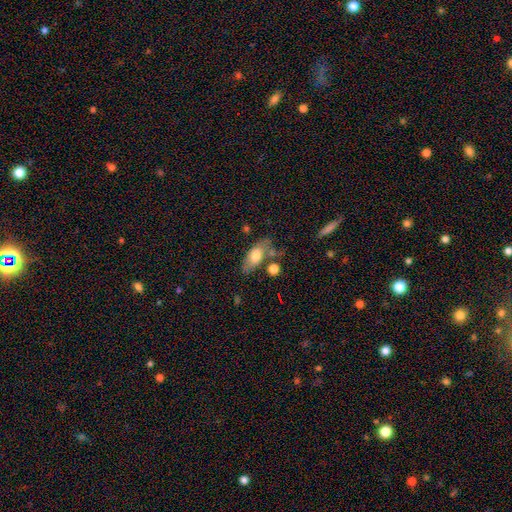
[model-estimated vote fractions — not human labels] smooth-or-featured: smooth: 68% | featured or disk: 25% | star or artifact: 7%
  how-rounded: in between: 86% | cigar-shaped: 10% | round: 4%
  merging: none: 58% | minor disturbance: 21% | merger: 13% | major disturbance: 8%